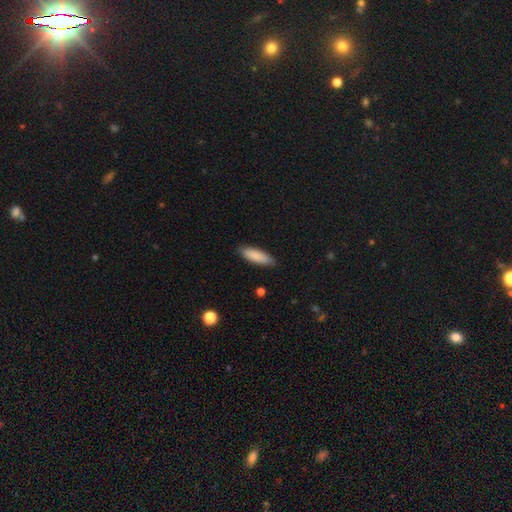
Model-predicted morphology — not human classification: type=smooth (86%); roundness=in between (51%); merging=none (85%).